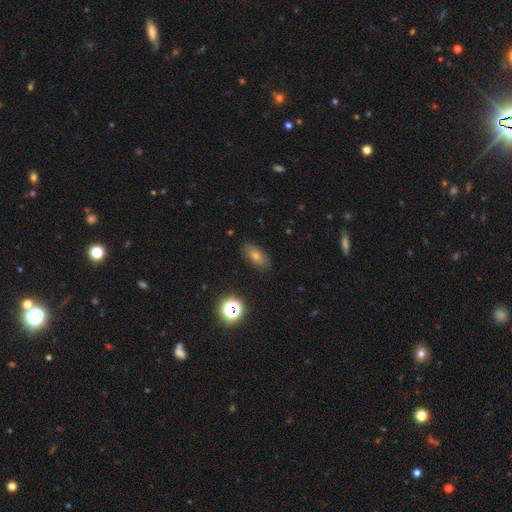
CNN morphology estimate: Smooth or featured?
  - smooth: 66% *
  - star or artifact: 18%
  - featured or disk: 17%
How rounded?
  - in between: 83% *
  - round: 8%
  - cigar-shaped: 8%
Merging?
  - none: 86% *
  - minor disturbance: 10%
  - major disturbance: 3%
  - merger: 2%